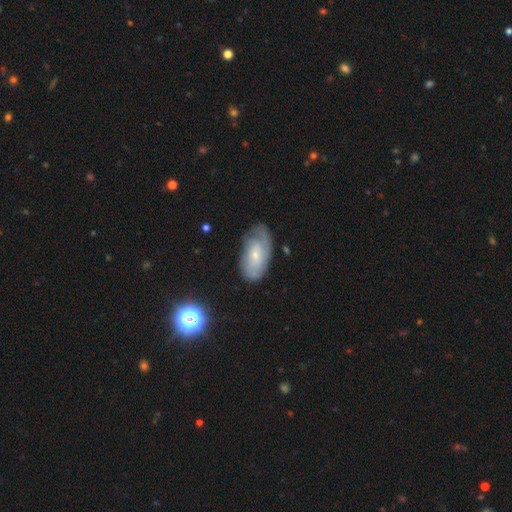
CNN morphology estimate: Smooth or featured?
  - featured or disk: 60% *
  - smooth: 32%
  - star or artifact: 7%
Edge-on disk?
  - no: 93% *
  - yes: 7%
Bar?
  - no: 68% *
  - weak: 27%
  - strong: 5%
Spiral arms?
  - yes: 83% *
  - no: 17%
Bulge size?
  - small: 71% *
  - moderate: 24%
  - none: 3%
  - large: 2%
  - dominant: 1%
Merging?
  - none: 62% *
  - minor disturbance: 25%
  - major disturbance: 11%
  - merger: 2%